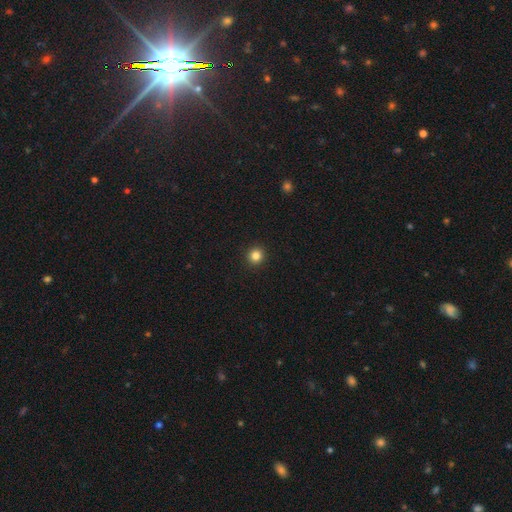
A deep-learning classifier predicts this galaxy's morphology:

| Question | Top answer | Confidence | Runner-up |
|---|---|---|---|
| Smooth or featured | smooth | 84% | star or artifact (12%) |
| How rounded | round | 94% | in between (5%) |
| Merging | none | 93% | minor disturbance (4%) |